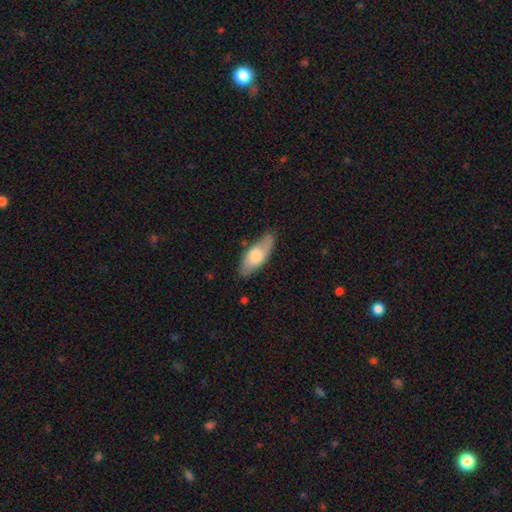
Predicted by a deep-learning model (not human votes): The model was most divided on "smooth or featured": smooth: 68%, featured or disk: 27%, star or artifact: 5%. More confident: merging — none (79%); how rounded — in between (75%).